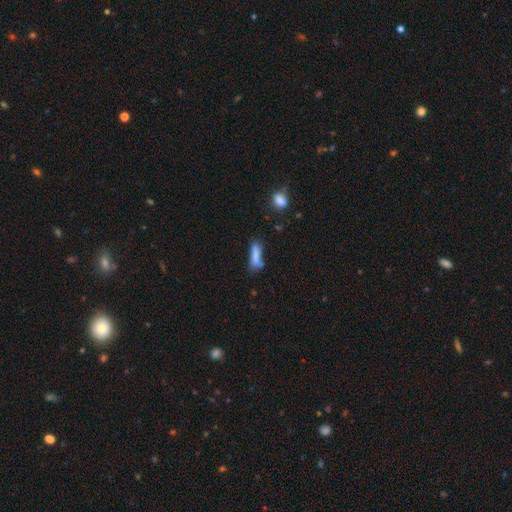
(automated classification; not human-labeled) A smooth galaxy with no disk features (76%) that is cigar-shaped (62%). Merging: none (47%).